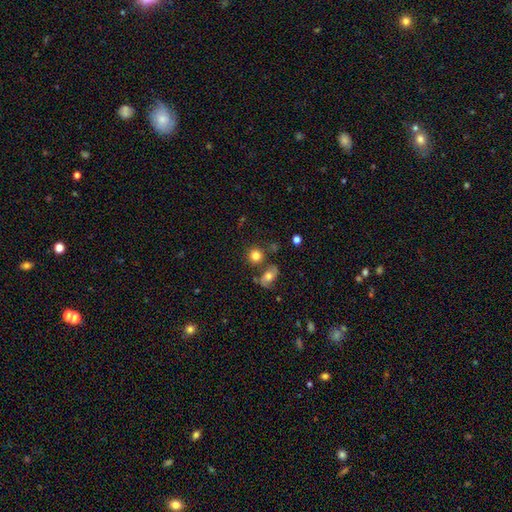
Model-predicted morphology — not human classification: smooth-or-featured: smooth: 81% | star or artifact: 10% | featured or disk: 9%
  how-rounded: round: 86% | in between: 13% | cigar-shaped: 1%
  merging: none: 70% | merger: 16% | minor disturbance: 11% | major disturbance: 4%